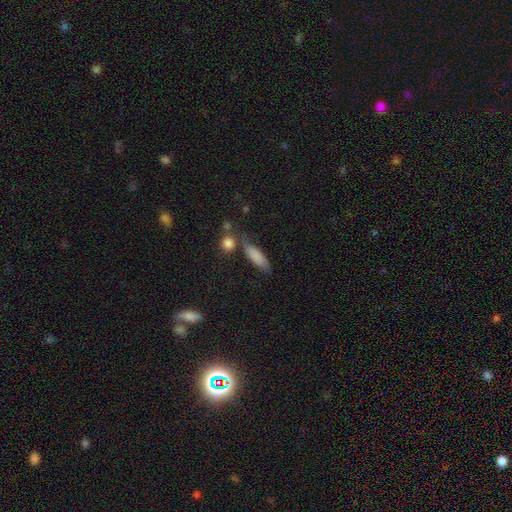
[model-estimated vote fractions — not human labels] A smooth galaxy with no disk features (81%) that is in between round and cigar-shaped (54%).

Vote fractions:
- Smooth or featured? smooth: 81% / featured or disk: 12% / star or artifact: 8%
- How rounded? in between: 54% / cigar-shaped: 42% / round: 4%
- Merging? none: 58% / minor disturbance: 21% / merger: 13% / major disturbance: 8%